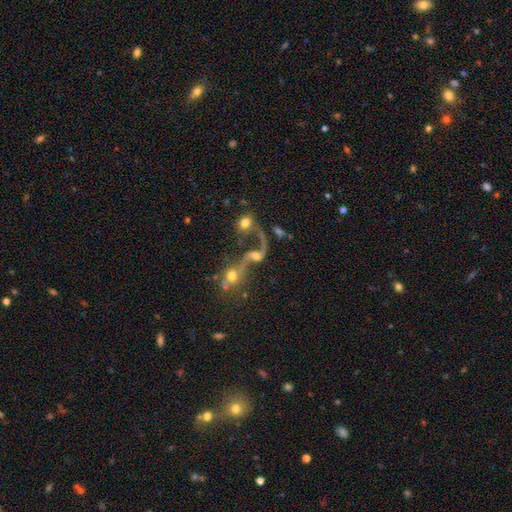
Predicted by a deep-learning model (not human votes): This appears to be a featured or disk galaxy (65%) with no bar (57%), spiral arms (78%) and a moderate central bulge (40%). Merging: merger (49%).